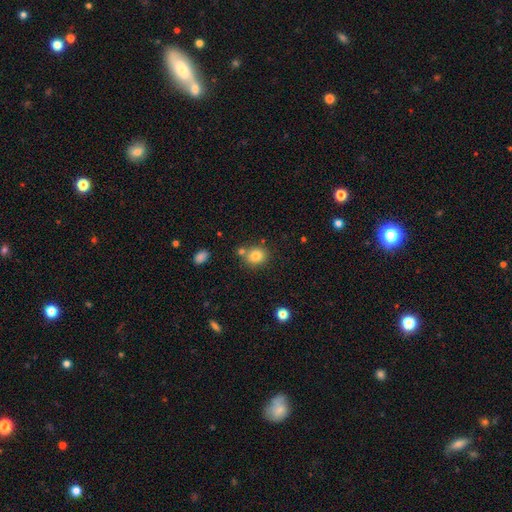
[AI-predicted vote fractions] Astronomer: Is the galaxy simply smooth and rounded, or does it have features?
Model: smooth — 81%.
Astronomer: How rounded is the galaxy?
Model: round — 76%.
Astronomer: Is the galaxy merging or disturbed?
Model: none — 70%.